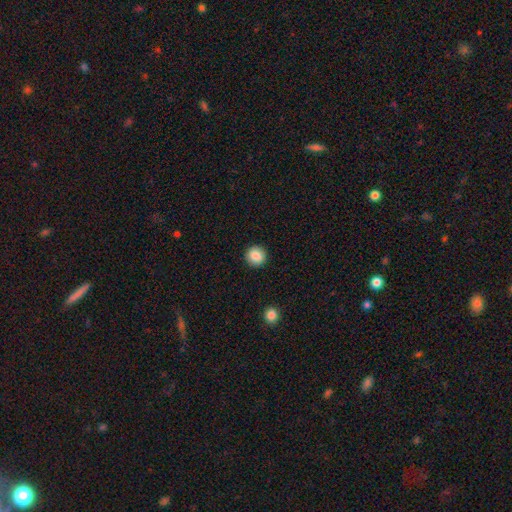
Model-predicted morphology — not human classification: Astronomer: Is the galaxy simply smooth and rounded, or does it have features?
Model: smooth — 87%.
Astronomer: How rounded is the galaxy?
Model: round — 94%.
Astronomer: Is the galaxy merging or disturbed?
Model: none — 92%.